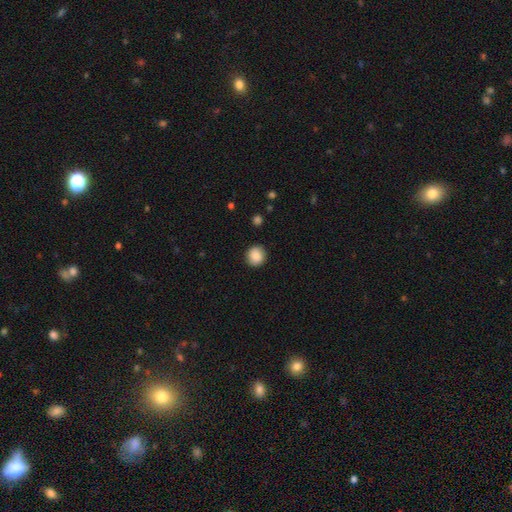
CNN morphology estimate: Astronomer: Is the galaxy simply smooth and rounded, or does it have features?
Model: smooth — 88%.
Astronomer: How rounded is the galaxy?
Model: round — 90%.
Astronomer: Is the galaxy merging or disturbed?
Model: none — 89%.